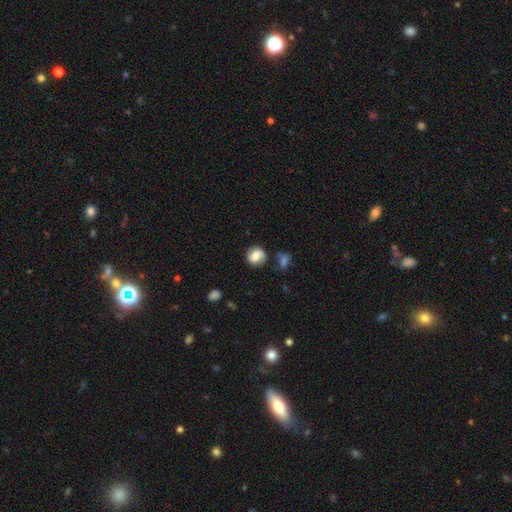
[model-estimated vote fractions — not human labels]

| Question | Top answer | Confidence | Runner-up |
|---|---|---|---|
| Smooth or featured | smooth | 53% | featured or disk (38%) |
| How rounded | round | 73% | in between (25%) |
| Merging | none | 71% | minor disturbance (17%) |